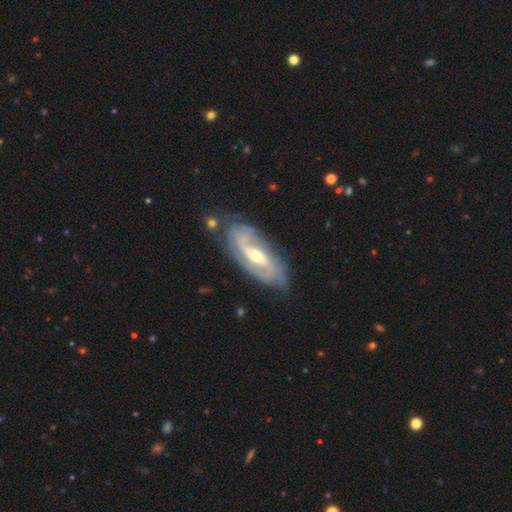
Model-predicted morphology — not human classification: Smooth or featured: featured or disk — 84% (smooth — 10%)
Edge-on disk: no — 91% (yes — 9%)
Bar: weak — 44% (strong — 30%)
Spiral arms: yes — 93% (no — 7%)
Spiral winding: tight — 43% (medium — 39%)
Spiral arm count: 2 — 64% (can't tell — 18%)
Bulge size: moderate — 61% (small — 34%)
Merging: none — 76% (minor disturbance — 16%)